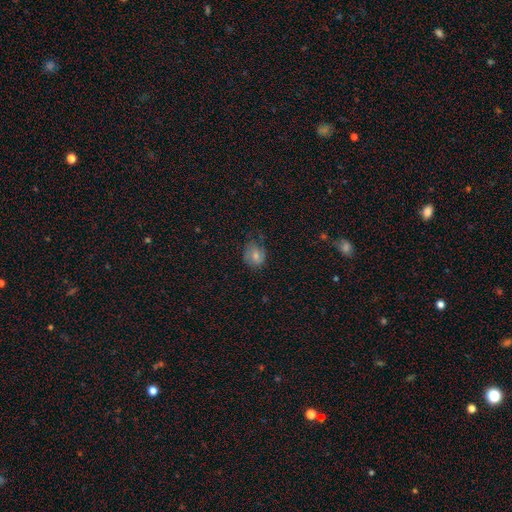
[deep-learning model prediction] smooth-or-featured: smooth: 65% | featured or disk: 26% | star or artifact: 9%
  how-rounded: round: 60% | in between: 39% | cigar-shaped: 1%
  merging: none: 59% | minor disturbance: 28% | major disturbance: 11% | merger: 1%